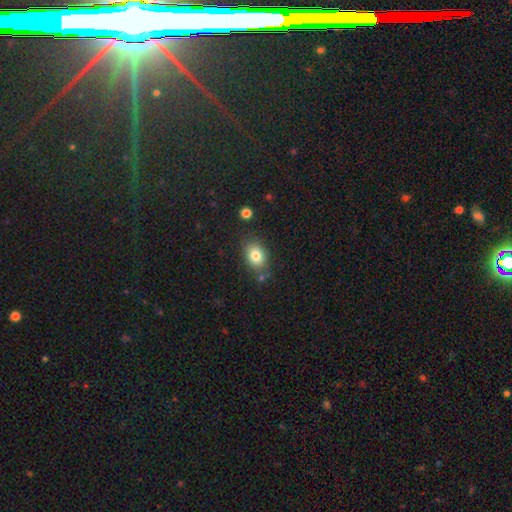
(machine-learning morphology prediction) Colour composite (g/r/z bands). It shows a smooth galaxy with no disk features (81%) that is in between round and cigar-shaped (71%). Merging: none (76%).